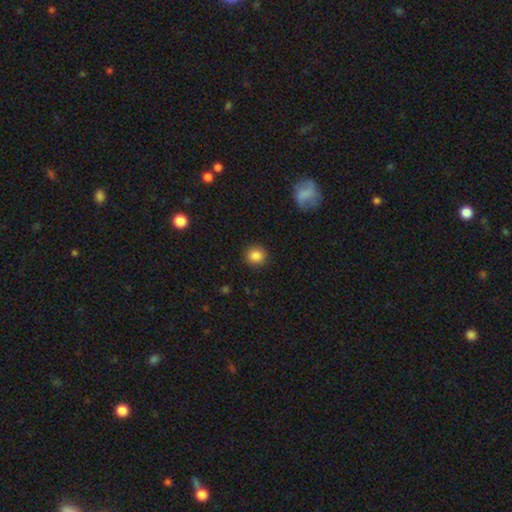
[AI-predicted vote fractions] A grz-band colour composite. It shows a smooth galaxy with no disk features (86%) that is round (88%). Merging: none (90%).